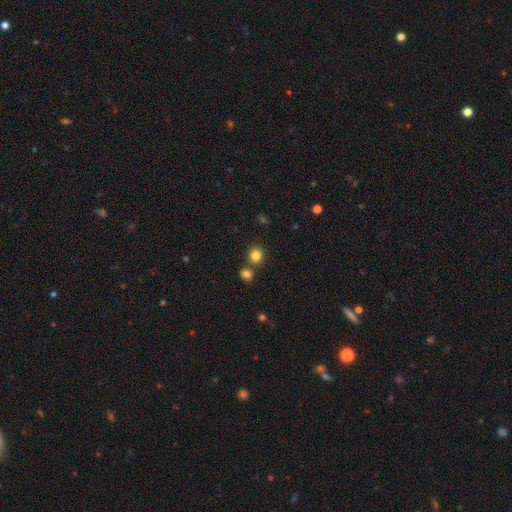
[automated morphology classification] A smooth galaxy with no disk features (82%) that is round (86%).

Vote fractions:
- Smooth or featured? smooth: 82% / star or artifact: 13% / featured or disk: 5%
- How rounded? round: 86% / in between: 13% / cigar-shaped: 1%
- Merging? none: 72% / merger: 18% / minor disturbance: 8% / major disturbance: 2%